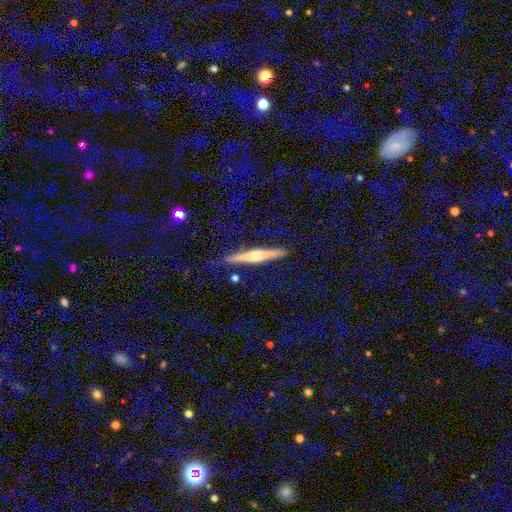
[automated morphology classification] The model was most divided on "smooth or featured": featured or disk: 71%, smooth: 23%, star or artifact: 6%. More confident: edge-on disk — yes (98%); merging — none (87%); edge-on bulge — rounded (81%).